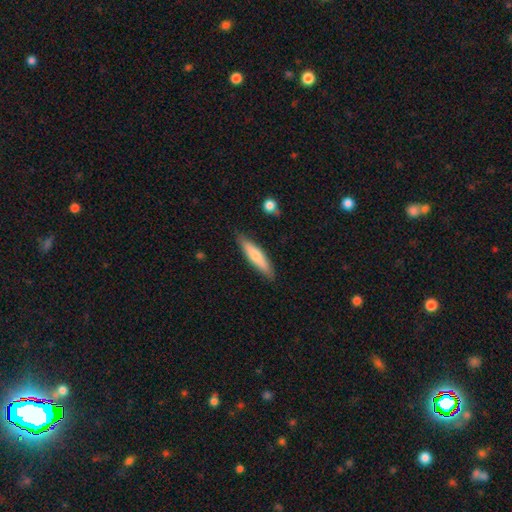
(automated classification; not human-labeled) Smooth or featured?
  - smooth: 67% *
  - featured or disk: 27%
  - star or artifact: 5%
How rounded?
  - cigar-shaped: 81% *
  - in between: 18%
  - round: 1%
Merging?
  - none: 85% *
  - minor disturbance: 11%
  - major disturbance: 2%
  - merger: 2%